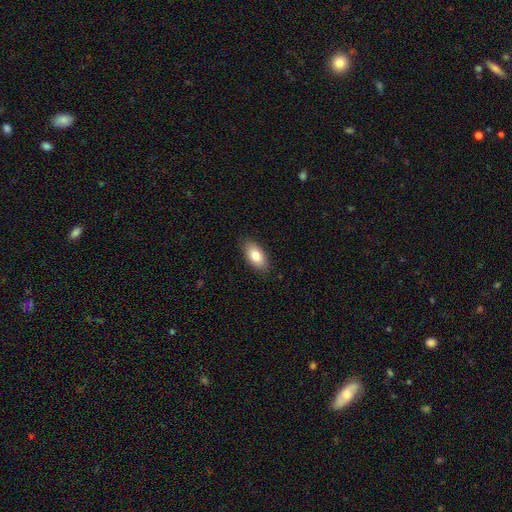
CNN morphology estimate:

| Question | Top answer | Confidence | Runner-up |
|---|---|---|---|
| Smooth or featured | smooth | 79% | featured or disk (14%) |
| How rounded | in between | 92% | round (4%) |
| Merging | none | 86% | minor disturbance (11%) |